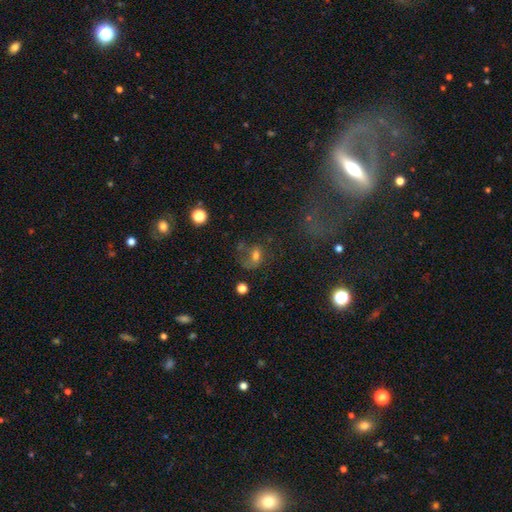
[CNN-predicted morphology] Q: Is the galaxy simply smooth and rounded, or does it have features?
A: smooth — 48%.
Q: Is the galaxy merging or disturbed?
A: none — 38%.